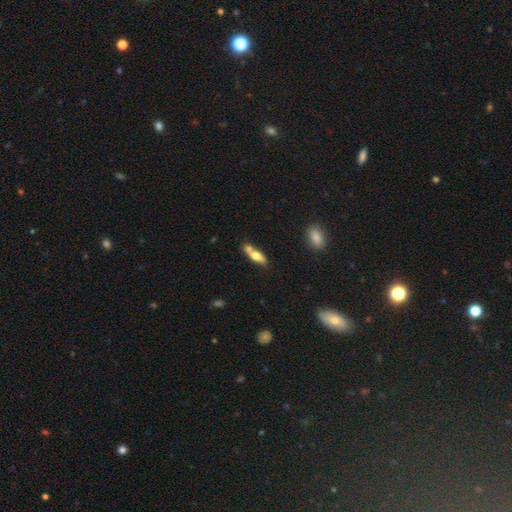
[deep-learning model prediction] Smooth or featured? Predicted: smooth (p=0.64). How rounded? Predicted: in between (p=0.61). Merging? Predicted: none (p=0.43).